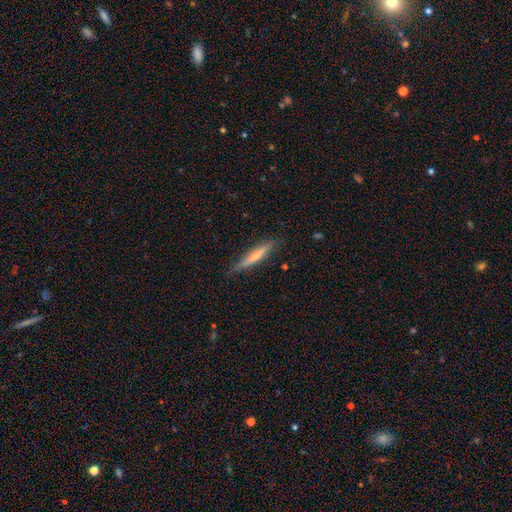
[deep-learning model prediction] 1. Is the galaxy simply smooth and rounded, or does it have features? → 54% featured or disk, 40% smooth, 6% star or artifact.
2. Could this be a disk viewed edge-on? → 95% yes, 5% no.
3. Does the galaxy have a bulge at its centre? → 71% rounded, 24% none, 5% boxy.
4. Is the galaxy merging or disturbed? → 86% none, 11% minor disturbance, 2% major disturbance, 1% merger.